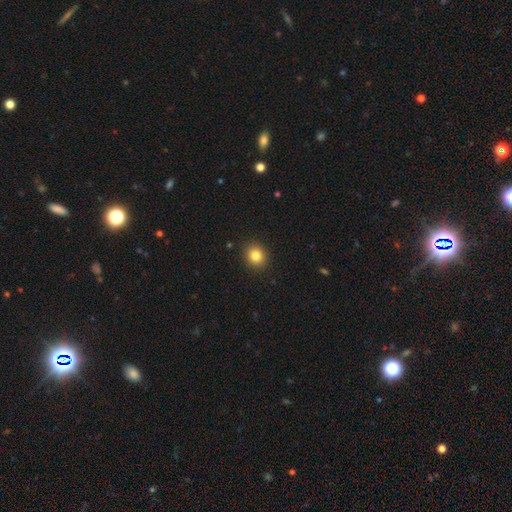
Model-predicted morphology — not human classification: smooth_or_featured: smooth (p=0.83) [alt: star or artifact p=0.11]
how_rounded: round (p=0.81) [alt: in between p=0.18]
merging: none (p=0.91) [alt: minor disturbance p=0.06]